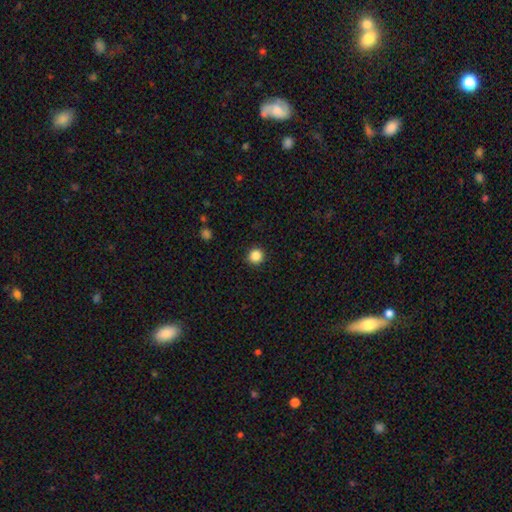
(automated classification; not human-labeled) This appears to be a smooth galaxy with no disk features (86%) that is round (94%). Merging: none (93%).